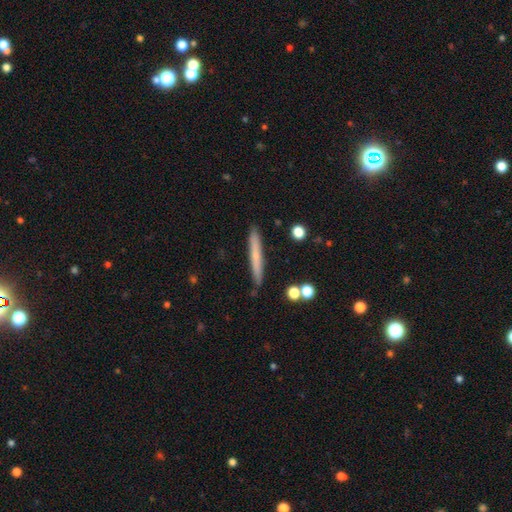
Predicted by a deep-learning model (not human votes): Overall: smooth (62%; featured or disk 31%). How rounded: cigar-shaped (96%). Merging: none (88%).